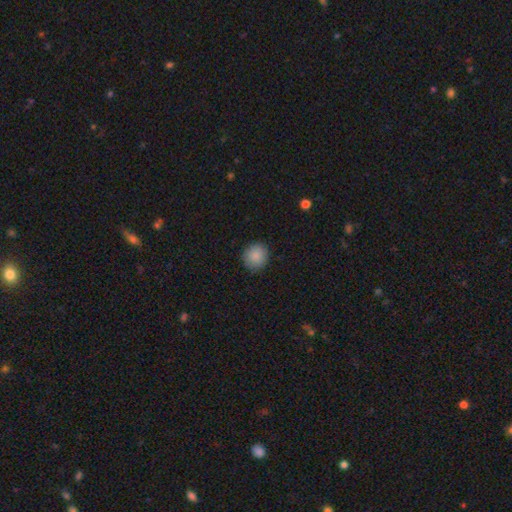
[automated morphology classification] Smooth or featured: smooth — 88% (star or artifact — 8%)
How rounded: round — 82% (in between — 17%)
Merging: none — 88% (minor disturbance — 9%)